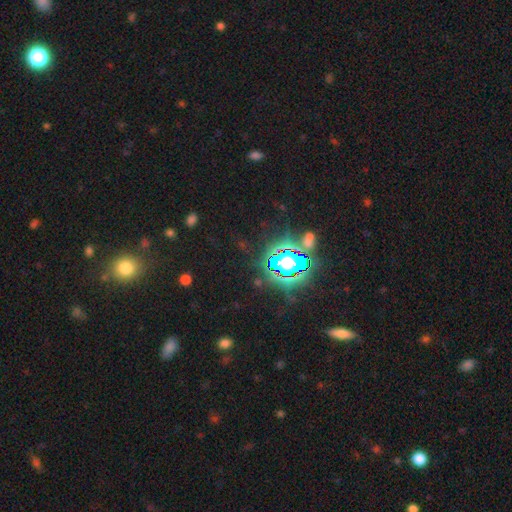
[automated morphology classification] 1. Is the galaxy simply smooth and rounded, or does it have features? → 80% star or artifact, 13% smooth, 7% featured or disk.